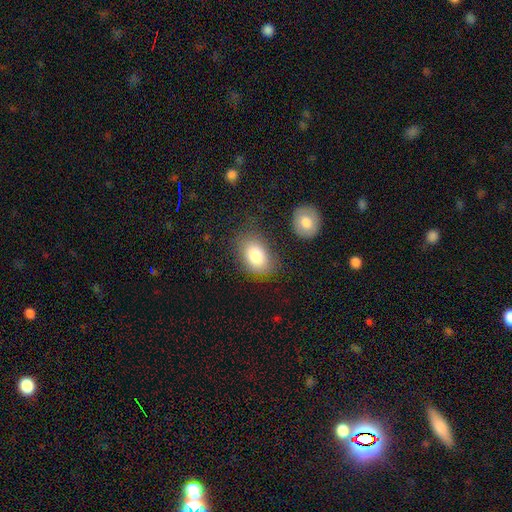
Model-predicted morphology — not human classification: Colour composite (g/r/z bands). It shows a smooth galaxy with no disk features (83%) that is in between round and cigar-shaped (81%). Merging: none (73%).